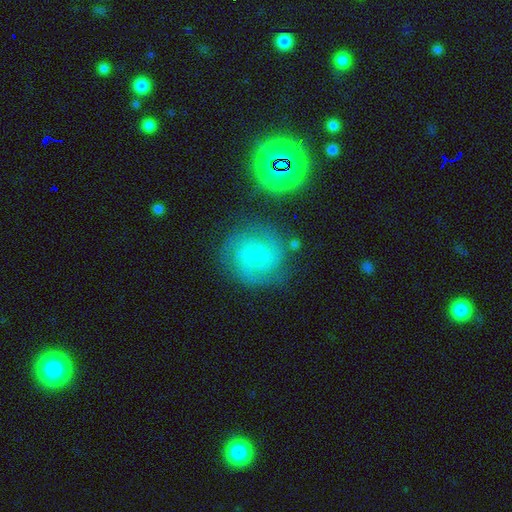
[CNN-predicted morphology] This is possibly a featured or disk galaxy (58%). It is clearly not viewed edge-on (97%). Bar: likely no (63%). Spiral arm pattern: clearly yes (90%). Spiral arm count: marginally 2 (43%). Spiral winding: possibly tight (51%). Central bulge: likely small (73%). Merging: likely none (74%).